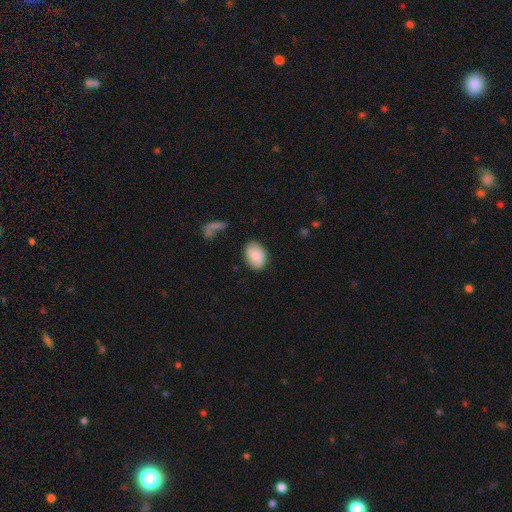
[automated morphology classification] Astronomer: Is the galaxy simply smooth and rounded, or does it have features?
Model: smooth — 82%.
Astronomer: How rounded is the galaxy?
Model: in between — 81%.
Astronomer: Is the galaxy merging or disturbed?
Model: none — 77%.